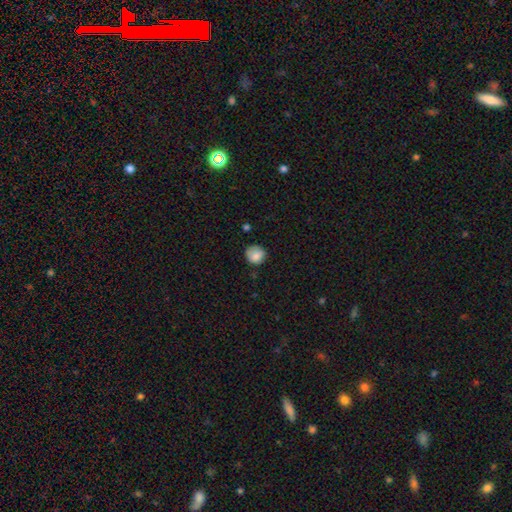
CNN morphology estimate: smooth 82%, featured or disk 10%, star or artifact 8%. Down the decision tree: how rounded — round (84%); merging — none (70%).